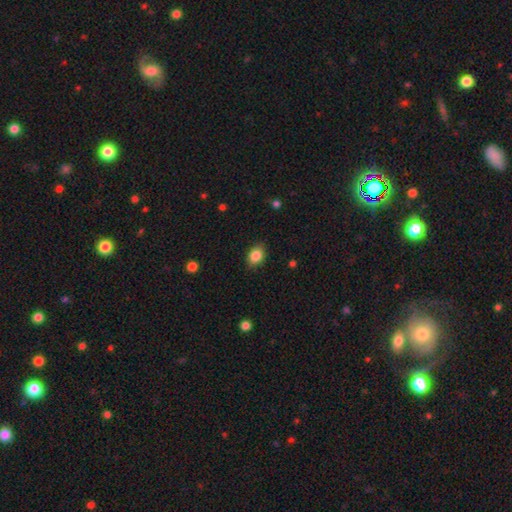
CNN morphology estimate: smooth-or-featured: smooth: 86% | star or artifact: 9% | featured or disk: 6%
  how-rounded: in between: 71% | round: 28% | cigar-shaped: 1%
  merging: none: 85% | minor disturbance: 12% | major disturbance: 2% | merger: 1%